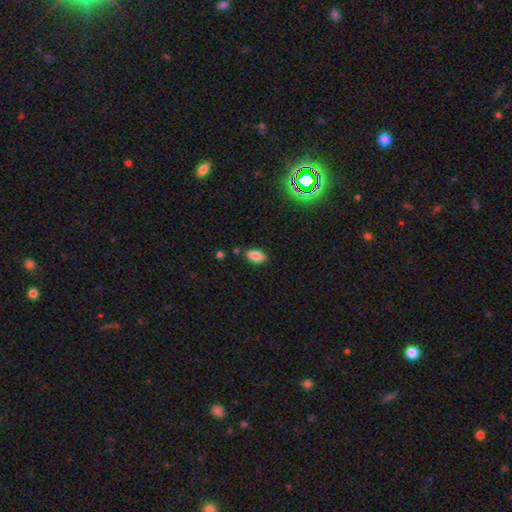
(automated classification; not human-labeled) smooth_or_featured: smooth (p=0.84) [alt: star or artifact p=0.10]
how_rounded: in between (p=0.92) [alt: round p=0.04]
merging: none (p=0.82) [alt: minor disturbance p=0.13]